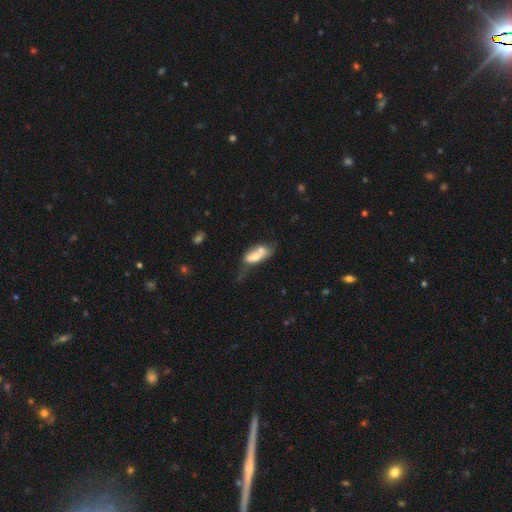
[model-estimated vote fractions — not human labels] smooth_or_featured: smooth (p=0.61) [alt: featured or disk p=0.31]
how_rounded: in between (p=0.79) [alt: cigar-shaped p=0.14]
merging: merger (p=0.53) [alt: none p=0.17]